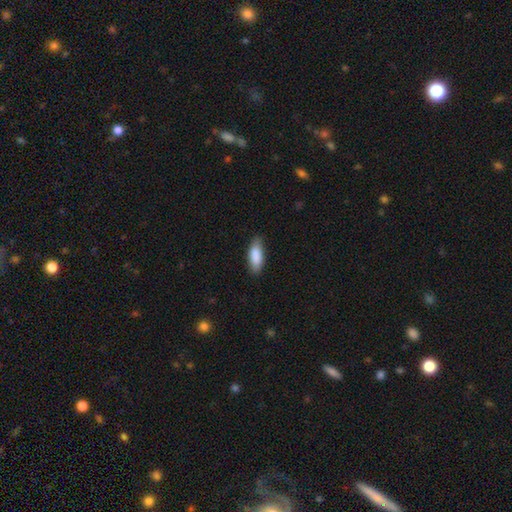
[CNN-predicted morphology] type=smooth (88%); roundness=in between (76%); merging=none (82%).